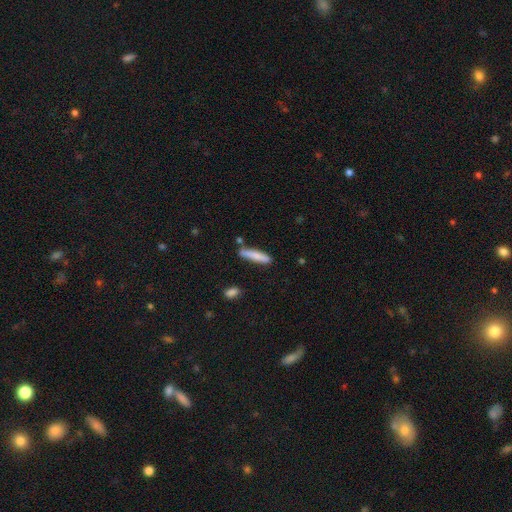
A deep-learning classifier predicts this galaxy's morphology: Smooth or featured? smooth (80%)
How rounded? cigar-shaped (88%)
Merging? none (77%)